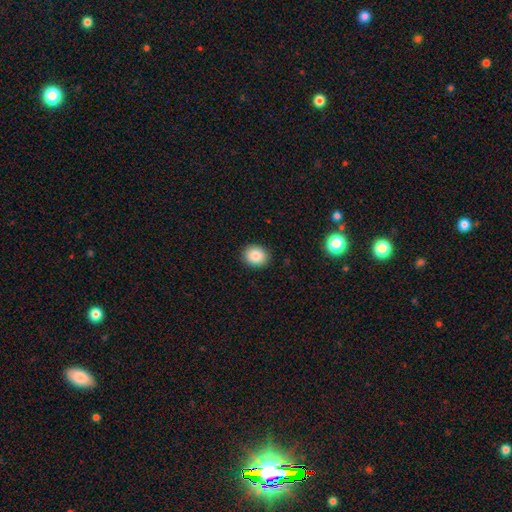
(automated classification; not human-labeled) Smooth or featured? smooth (86%)
How rounded? round (64%)
Merging? none (90%)